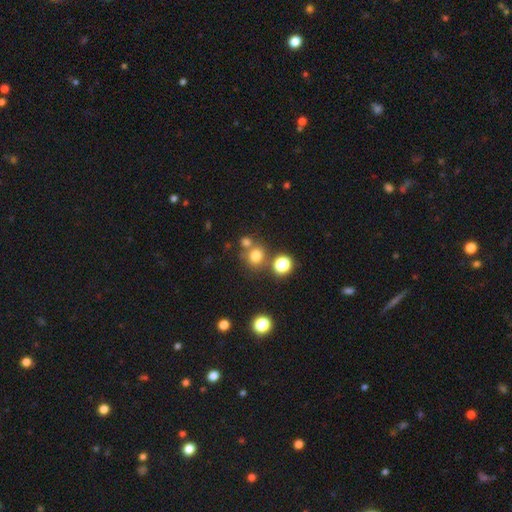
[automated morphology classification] This appears to be a smooth galaxy with no disk features (74%) that is round (85%). Merging: none (67%).